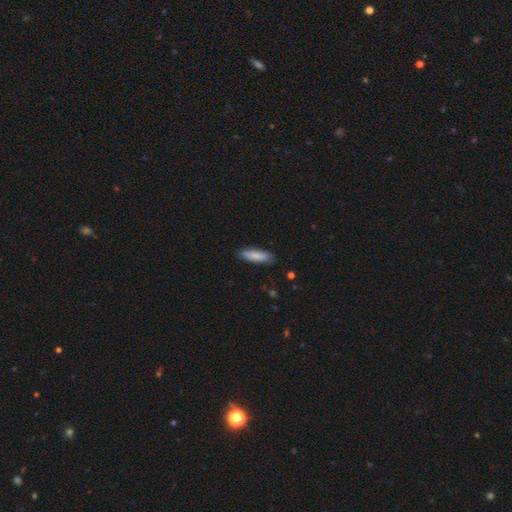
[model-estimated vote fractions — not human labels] The model was most divided on "how rounded": cigar-shaped: 60%, in between: 38%, round: 1%. More confident: merging — none (87%); smooth or featured — smooth (85%).